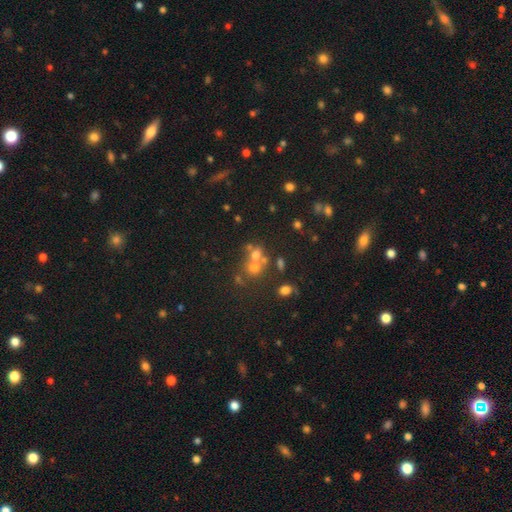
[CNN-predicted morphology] This is possibly a smooth galaxy (50%). How rounded: likely round (78%). Merging: marginally merger (44%).